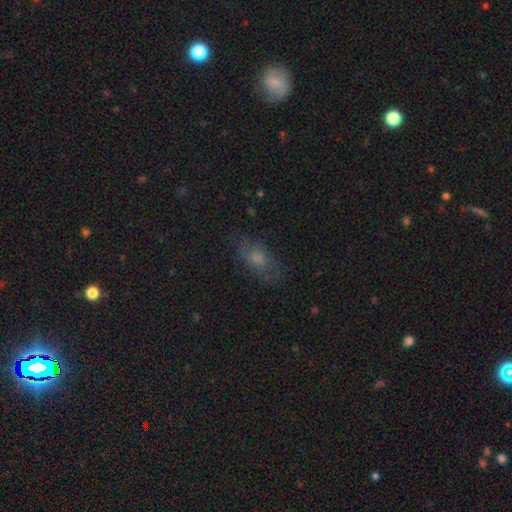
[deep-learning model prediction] smooth_or_featured: smooth (p=0.49) [alt: star or artifact p=0.26]
merging: none (p=0.78) [alt: minor disturbance p=0.15]